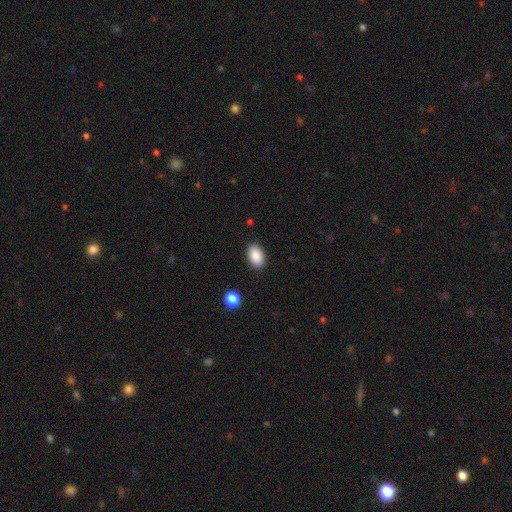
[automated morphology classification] smooth-or-featured: smooth: 89% | star or artifact: 8% | featured or disk: 3%
  how-rounded: in between: 90% | round: 8% | cigar-shaped: 1%
  merging: none: 88% | minor disturbance: 9% | major disturbance: 2% | merger: 1%